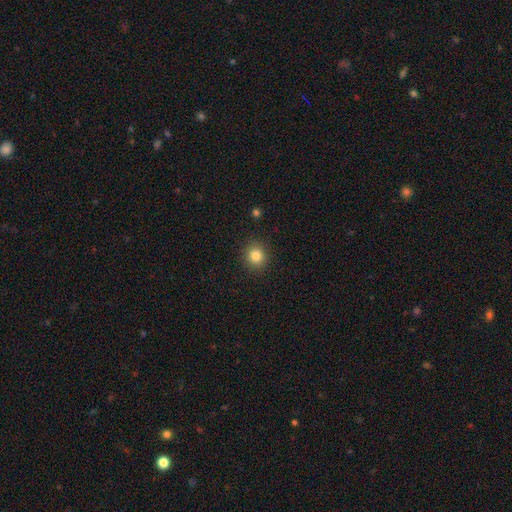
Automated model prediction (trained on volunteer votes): smooth_or_featured: smooth (p=0.83) [alt: star or artifact p=0.11]
how_rounded: round (p=0.86) [alt: in between p=0.13]
merging: none (p=0.91) [alt: minor disturbance p=0.06]